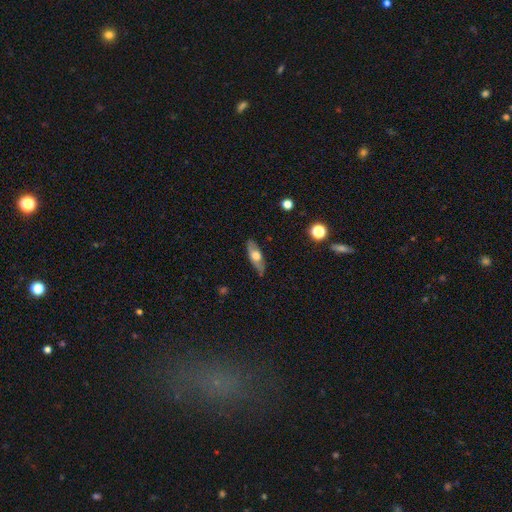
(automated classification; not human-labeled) Smooth or featured? Predicted: smooth (p=0.48). Merging? Predicted: none (p=0.83).